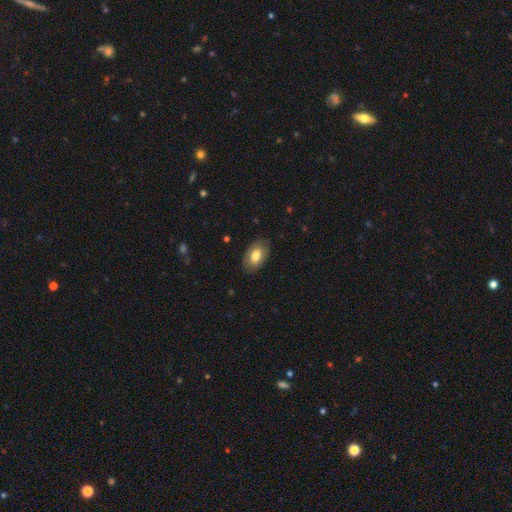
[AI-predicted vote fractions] Morphology: type=smooth (77%); roundness=in between (92%); merging=none (84%).